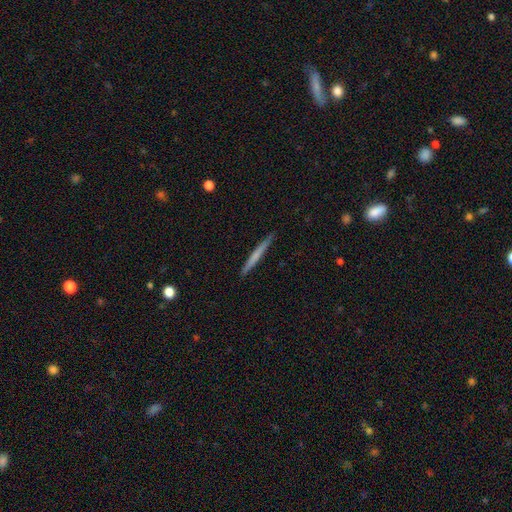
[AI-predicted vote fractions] smooth 55%, featured or disk 40%, star or artifact 5%. Down the decision tree: how rounded — cigar-shaped (97%); merging — none (91%).